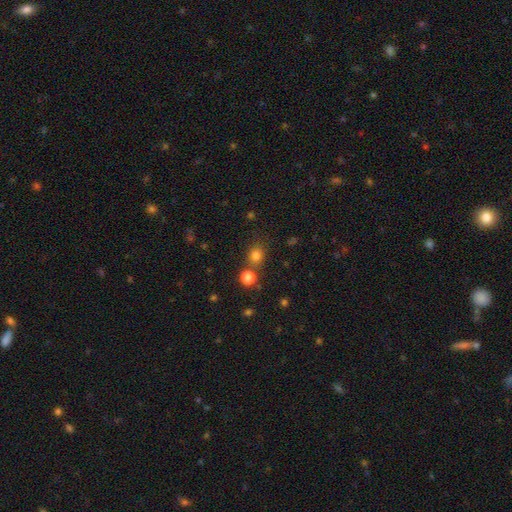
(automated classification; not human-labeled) Smooth or featured: smooth — 78% (star or artifact — 16%)
How rounded: round — 73% (in between — 26%)
Merging: none — 69% (merger — 17%)